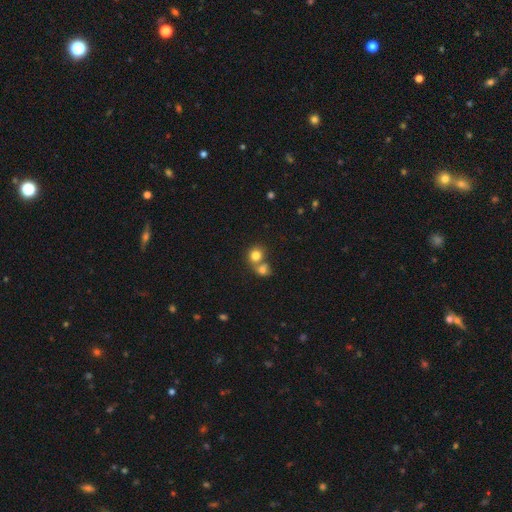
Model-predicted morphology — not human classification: smooth-or-featured: smooth: 79% | star or artifact: 11% | featured or disk: 10%
  how-rounded: round: 82% | in between: 17% | cigar-shaped: 1%
  merging: merger: 52% | none: 39% | minor disturbance: 6% | major disturbance: 3%